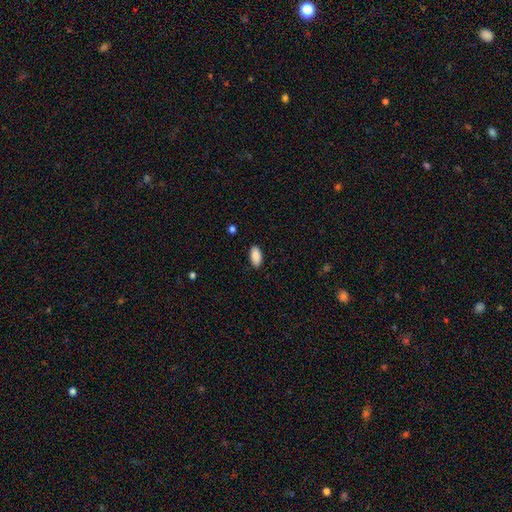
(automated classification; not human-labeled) Smooth or featured?
  - smooth: 90% *
  - star or artifact: 7%
  - featured or disk: 3%
How rounded?
  - in between: 94% *
  - cigar-shaped: 4%
  - round: 2%
Merging?
  - none: 88% *
  - minor disturbance: 9%
  - major disturbance: 2%
  - merger: 1%